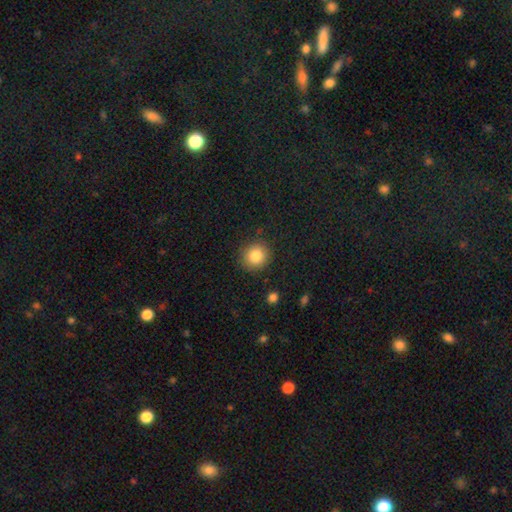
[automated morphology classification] Overall: smooth (84%). How rounded: round (90%). Merging: none (89%).